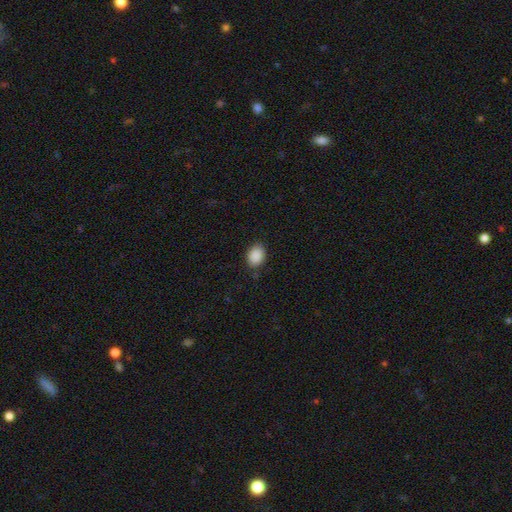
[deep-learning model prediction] A smooth galaxy with no disk features (90%) that is in between round and cigar-shaped (71%).

Vote fractions:
- Smooth or featured? smooth: 90% / star or artifact: 8% / featured or disk: 3%
- How rounded? in between: 71% / round: 28% / cigar-shaped: 1%
- Merging? none: 84% / minor disturbance: 12% / major disturbance: 3% / merger: 1%